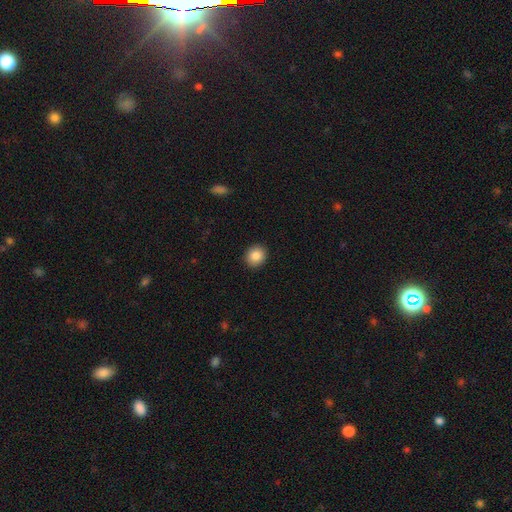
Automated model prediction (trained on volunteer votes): Morphology: type=smooth (86%); roundness=round (75%); merging=none (92%).